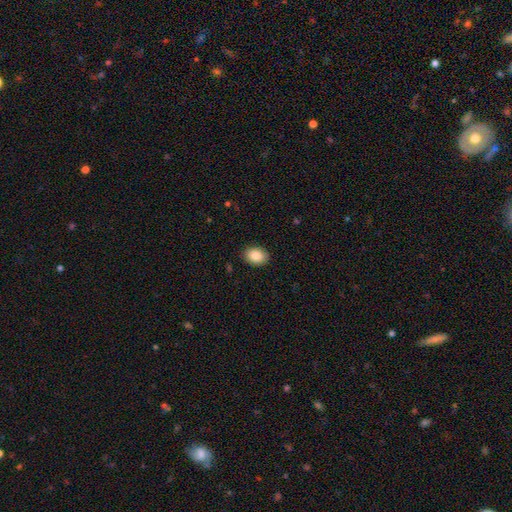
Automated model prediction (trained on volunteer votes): A smooth galaxy with no disk features (88%) that is in between round and cigar-shaped (72%). Merging: none (89%).